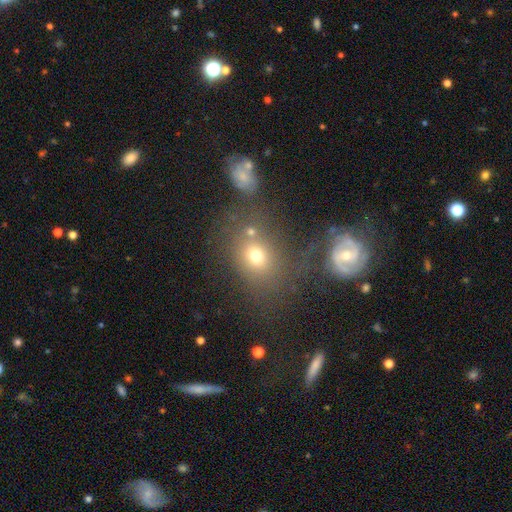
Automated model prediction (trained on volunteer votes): The model was most divided on "how rounded" (2-way tie): round: 49%, in between: 49%, cigar-shaped: 2%. More confident: smooth or featured — smooth (66%); merging — none (56%).